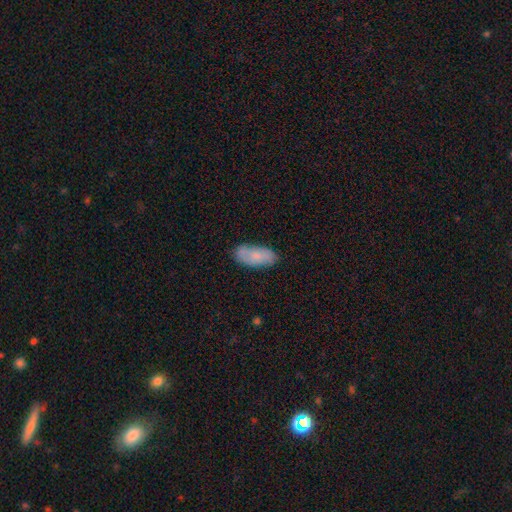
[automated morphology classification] smooth 72%, featured or disk 21%, star or artifact 6%. Down the decision tree: how rounded — in between (87%); merging — none (77%).